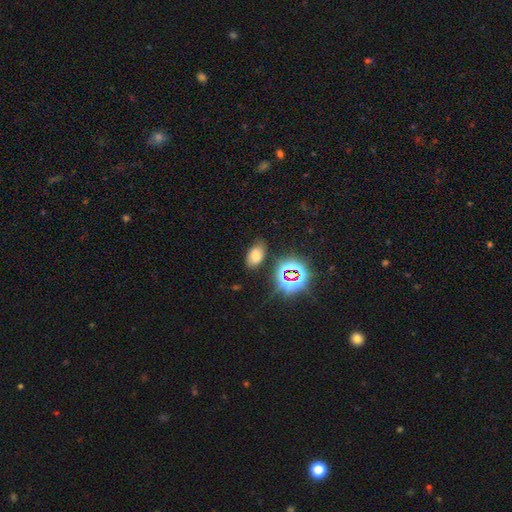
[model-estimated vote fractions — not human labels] smooth_or_featured: smooth (p=0.65) [alt: star or artifact p=0.24]
how_rounded: in between (p=0.90) [alt: round p=0.08]
merging: none (p=0.80) [alt: minor disturbance p=0.13]